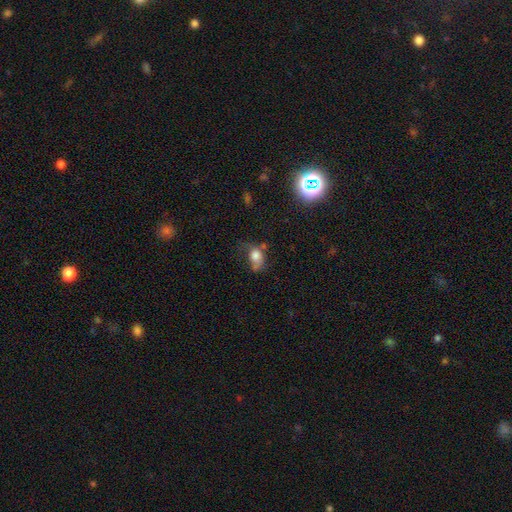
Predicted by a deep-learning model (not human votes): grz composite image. It shows a smooth galaxy with no disk features (72%) that is in between round and cigar-shaped (58%). Merging: major disturbance (33%).